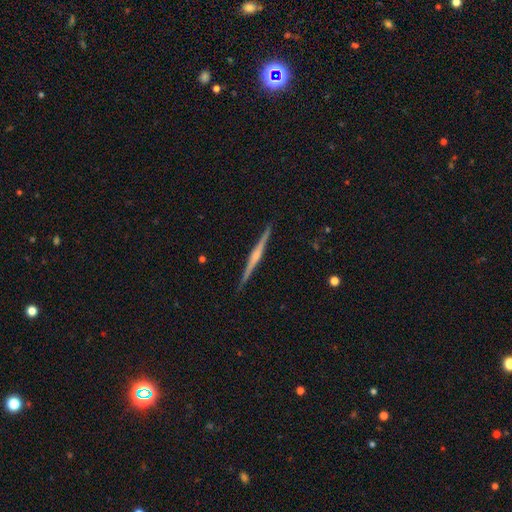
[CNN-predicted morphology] Smooth or featured: featured or disk — 80% (smooth — 15%)
Edge-on disk: yes — 99% (no — 1%)
Edge-on bulge: rounded — 68% (none — 19%)
Merging: none — 92% (minor disturbance — 6%)